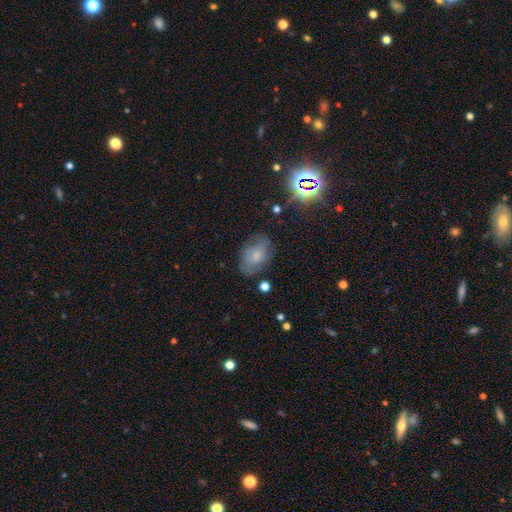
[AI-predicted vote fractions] The model was most divided on "merging": none: 65%, minor disturbance: 23%, major disturbance: 9%, merger: 2%. More confident: how rounded — in between (86%); smooth or featured — smooth (65%).